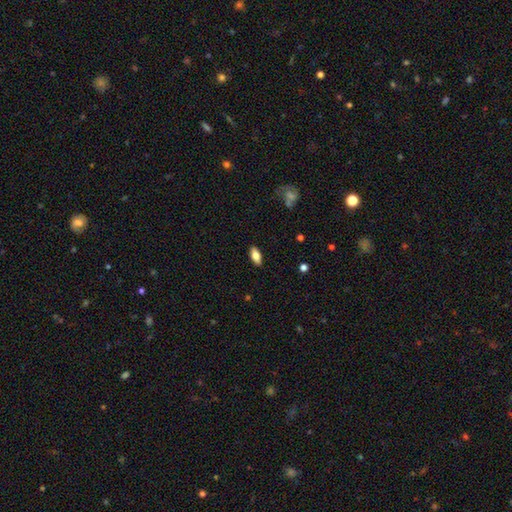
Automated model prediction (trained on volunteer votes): This is likely a smooth galaxy (74%). How rounded: clearly in between (85%). Merging: clearly none (88%).